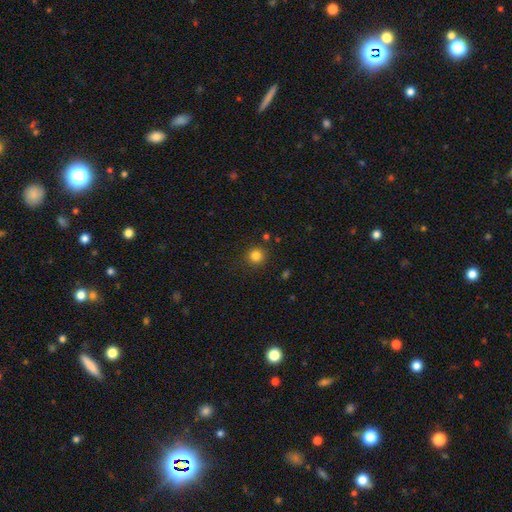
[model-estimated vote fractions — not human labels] smooth_or_featured: smooth (p=0.82) [alt: star or artifact p=0.13]
how_rounded: round (p=0.93) [alt: in between p=0.06]
merging: none (p=0.88) [alt: minor disturbance p=0.08]